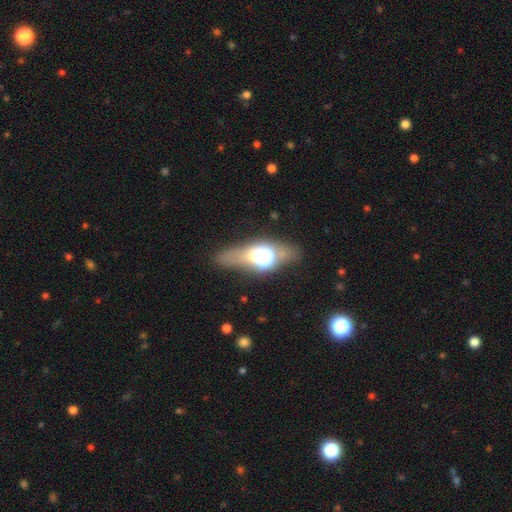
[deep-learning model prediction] A featured or disk galaxy (47%).

Vote fractions:
- Smooth or featured? featured or disk: 47% / smooth: 36% / star or artifact: 17%
- Merging? none: 65% / minor disturbance: 17% / major disturbance: 13% / merger: 5%